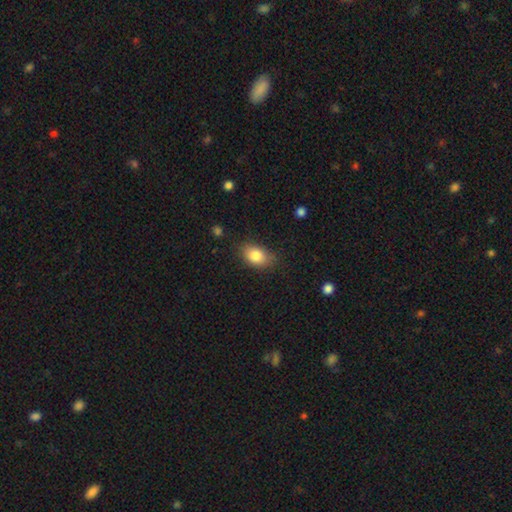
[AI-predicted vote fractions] Smooth or featured? smooth (83%)
How rounded? in between (84%)
Merging? none (78%)